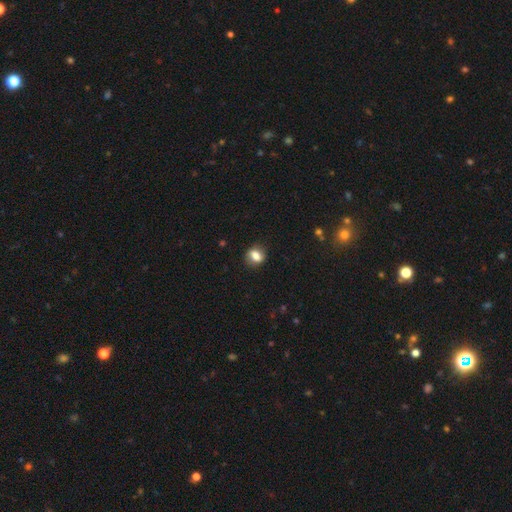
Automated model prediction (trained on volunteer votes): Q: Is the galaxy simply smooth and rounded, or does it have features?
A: smooth — 78%.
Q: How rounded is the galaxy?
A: in between — 51%.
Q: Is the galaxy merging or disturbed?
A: none — 81%.